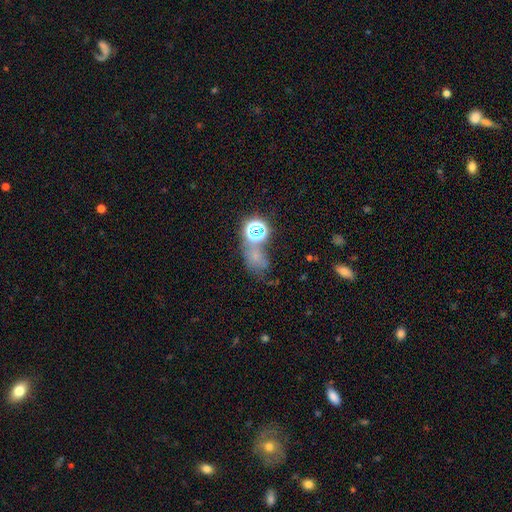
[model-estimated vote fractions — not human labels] smooth 44%, star or artifact 40%, featured or disk 16%. Down the decision tree: merging — none (43%).